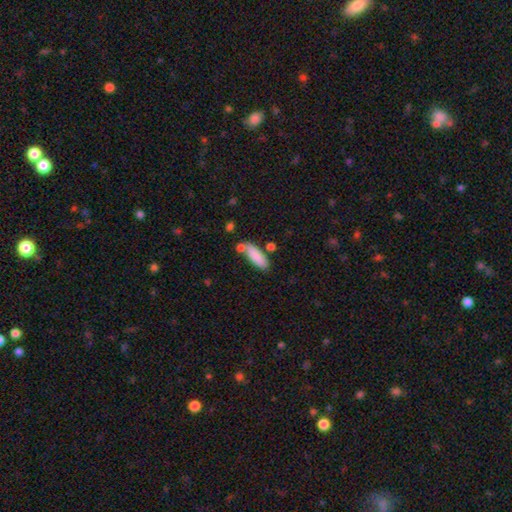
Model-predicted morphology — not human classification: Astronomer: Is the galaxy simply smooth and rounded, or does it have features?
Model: smooth — 86%.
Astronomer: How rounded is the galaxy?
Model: in between — 60% (runner-up: cigar-shaped, 38%).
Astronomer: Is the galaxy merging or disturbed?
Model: none — 68%.